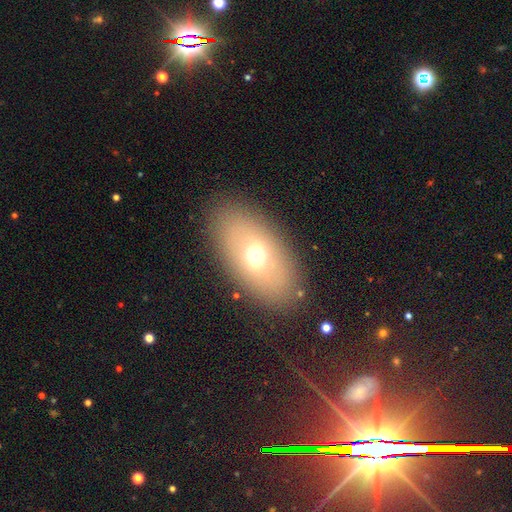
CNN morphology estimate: This is likely a smooth galaxy (60%). How rounded: clearly in between (87%). Merging: clearly none (85%).